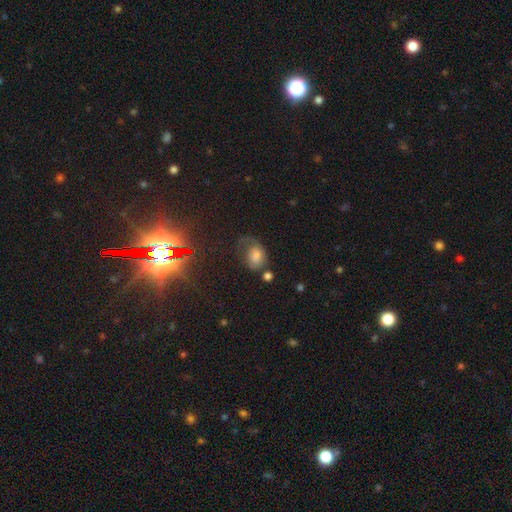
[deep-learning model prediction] smooth 55%, featured or disk 29%, star or artifact 16%. Down the decision tree: how rounded — in between (70%); merging — major disturbance (34%, tied with none).